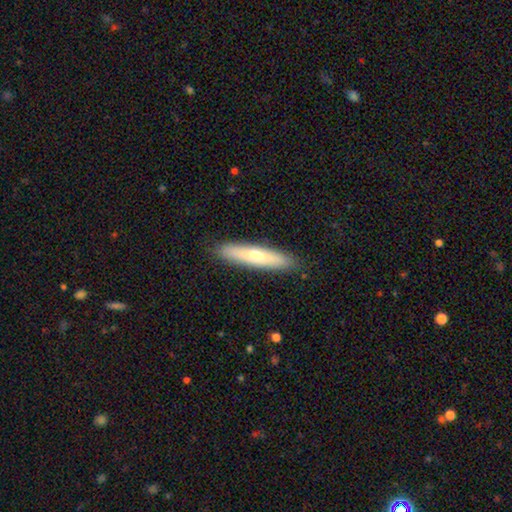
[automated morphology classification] Overall: smooth (57%; featured or disk 37%). How rounded: cigar-shaped (86%). Merging: none (90%).